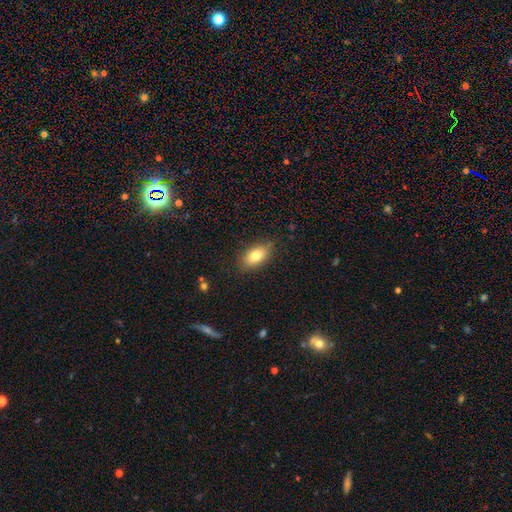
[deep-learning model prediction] Morphology: type=smooth (78%); roundness=in between (88%); merging=none (82%).